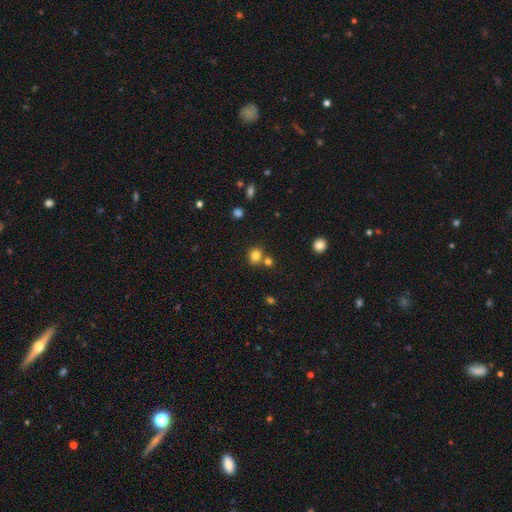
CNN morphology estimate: This appears to be a smooth galaxy with no disk features (81%) that is round (75%). Merging: none (66%).